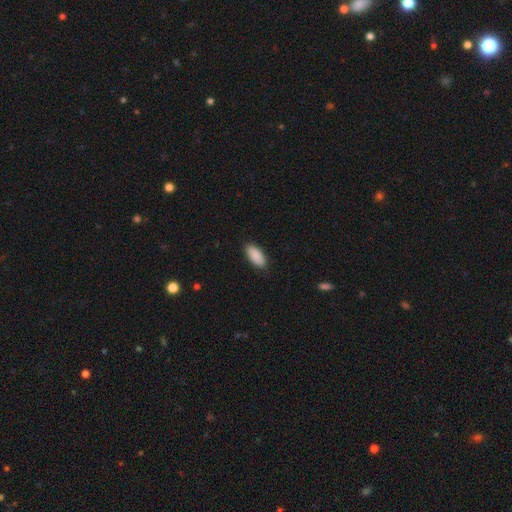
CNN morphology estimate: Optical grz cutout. It shows a smooth galaxy with no disk features (91%) that is in between round and cigar-shaped (88%). Merging: none (88%).